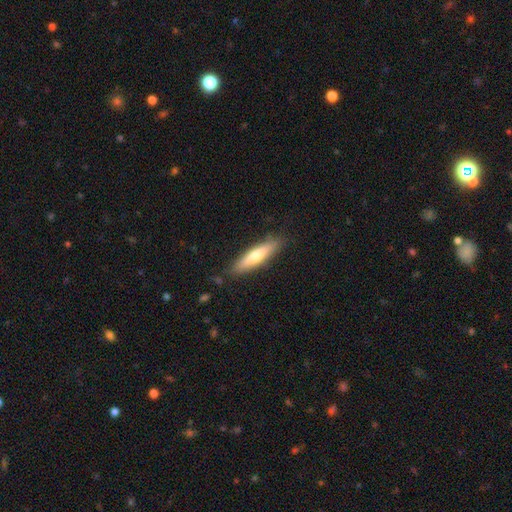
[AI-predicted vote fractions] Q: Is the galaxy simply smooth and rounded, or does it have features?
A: smooth — 62%.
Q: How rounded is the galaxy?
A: cigar-shaped — 80%.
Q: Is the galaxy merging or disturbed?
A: none — 87%.